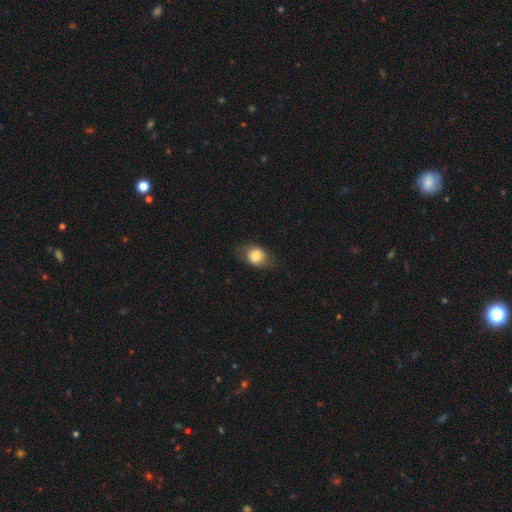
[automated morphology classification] Q: Smooth or featured?
A: smooth (77%); runner-up: featured or disk (15%)
Q: How rounded?
A: in between (53%); runner-up: round (45%)
Q: Merging?
A: none (72%); runner-up: minor disturbance (20%)